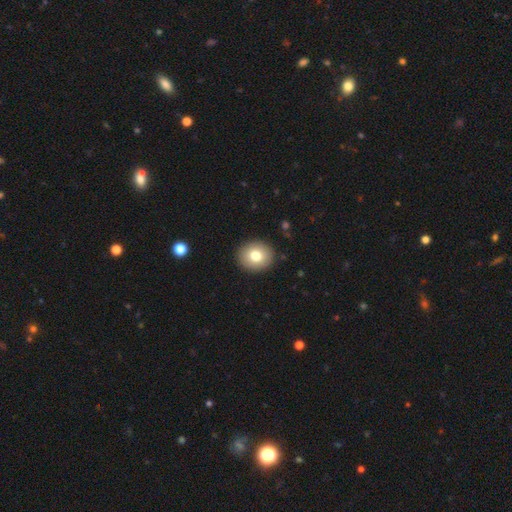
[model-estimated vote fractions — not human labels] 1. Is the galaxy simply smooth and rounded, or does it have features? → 78% smooth, 13% featured or disk, 9% star or artifact.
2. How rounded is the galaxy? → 77% round, 22% in between, 1% cigar-shaped.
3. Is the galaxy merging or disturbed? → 91% none, 6% minor disturbance, 2% major disturbance, 1% merger.